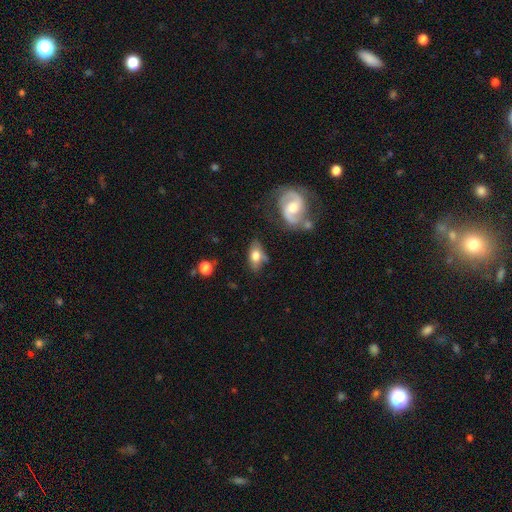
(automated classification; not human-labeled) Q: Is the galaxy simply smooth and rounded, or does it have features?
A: smooth — 65%.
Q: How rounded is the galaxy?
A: in between — 87%.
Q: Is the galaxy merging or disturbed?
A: none — 61%.